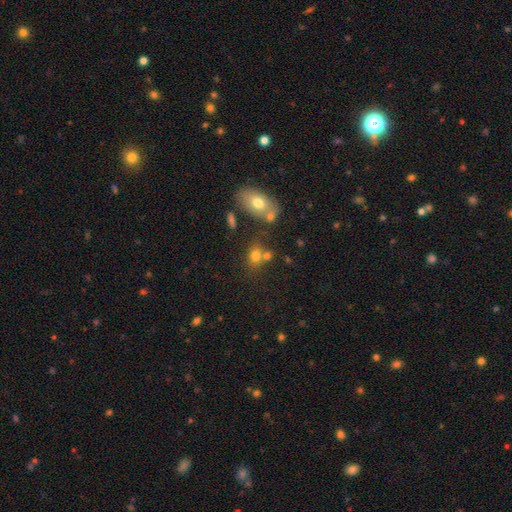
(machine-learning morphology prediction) A smooth galaxy with no disk features (73%) that is in between round and cigar-shaped (57%). Merging: none (51%).